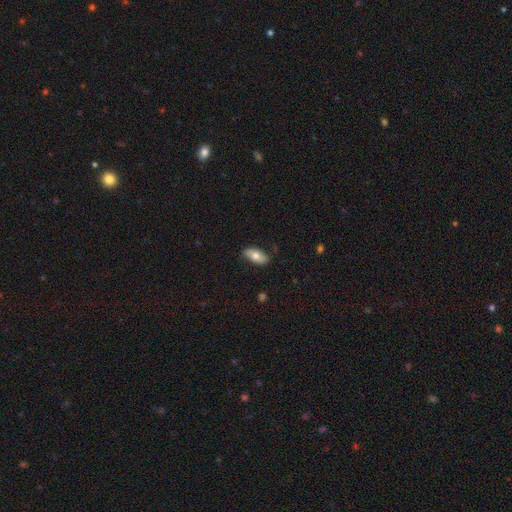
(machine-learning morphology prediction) smooth 67%, featured or disk 26%, star or artifact 6%. Down the decision tree: how rounded — in between (89%); merging — none (79%).